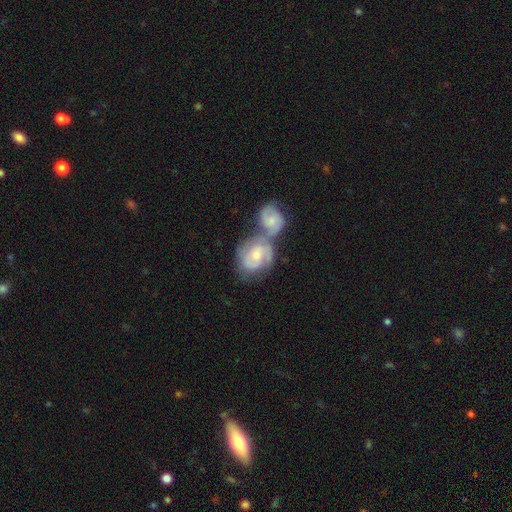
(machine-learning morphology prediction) smooth_or_featured: featured or disk (p=0.42) [alt: smooth p=0.39]
merging: merger (p=0.52) [alt: none p=0.35]